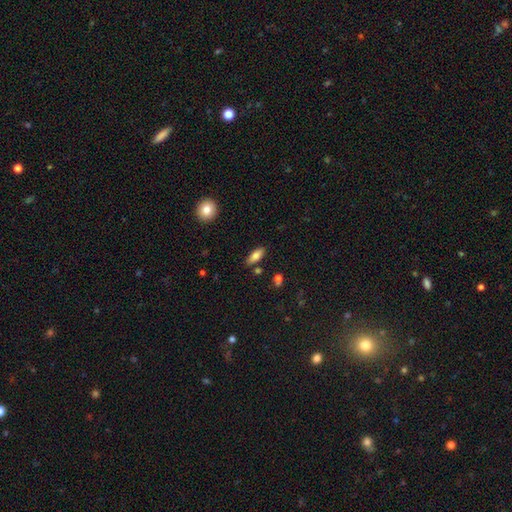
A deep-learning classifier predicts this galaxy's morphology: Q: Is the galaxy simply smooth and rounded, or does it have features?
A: smooth — 78%.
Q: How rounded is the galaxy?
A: in between — 78%.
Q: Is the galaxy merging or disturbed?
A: none — 83%.